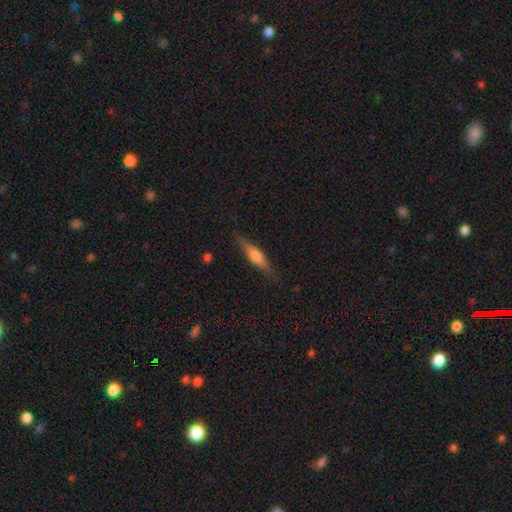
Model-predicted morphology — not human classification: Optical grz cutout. It shows a featured or disk galaxy (47%). Merging: none (84%).